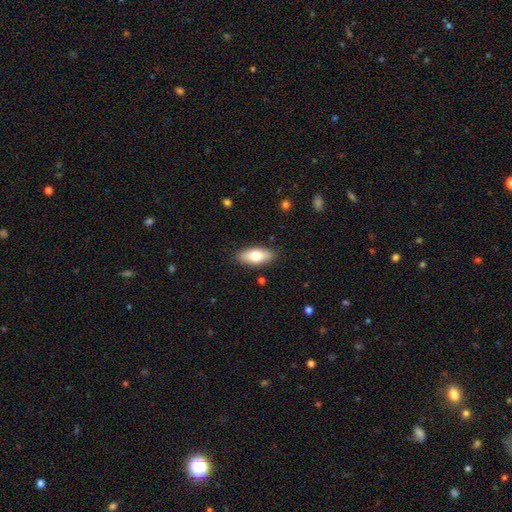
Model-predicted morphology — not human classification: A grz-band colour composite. It shows a smooth galaxy with no disk features (73%) that is in between round and cigar-shaped (83%). Merging: none (88%).